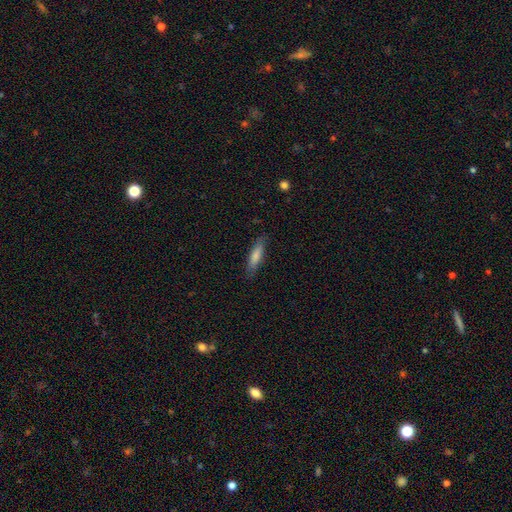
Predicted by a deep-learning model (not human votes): Q: Smooth or featured?
A: smooth (77%); runner-up: featured or disk (17%)
Q: How rounded?
A: cigar-shaped (76%); runner-up: in between (23%)
Q: Merging?
A: none (83%); runner-up: minor disturbance (14%)